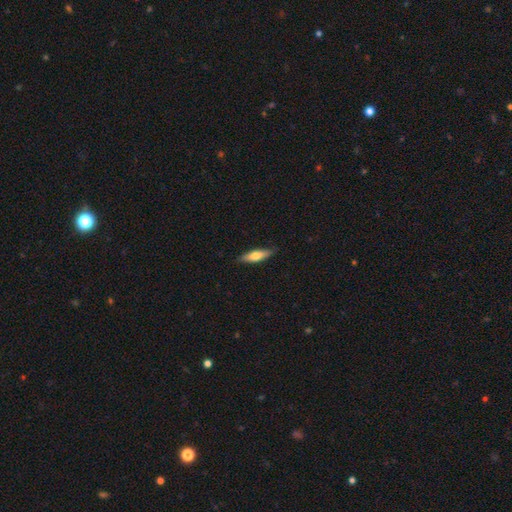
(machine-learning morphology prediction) Smooth or featured? smooth (63%)
How rounded? cigar-shaped (61%)
Merging? none (86%)